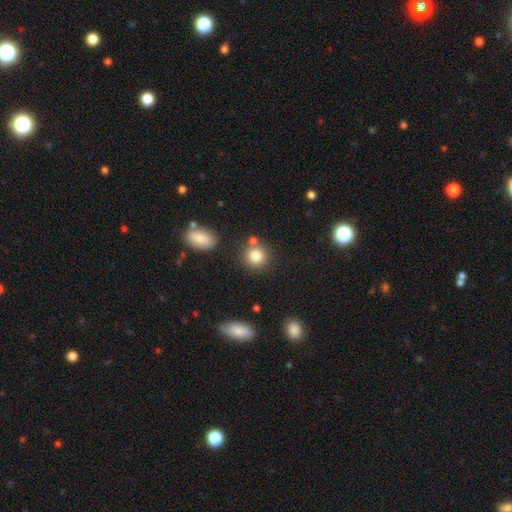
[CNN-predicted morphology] Smooth or featured: smooth — 82% (star or artifact — 11%)
How rounded: round — 89% (in between — 10%)
Merging: none — 75% (merger — 13%)